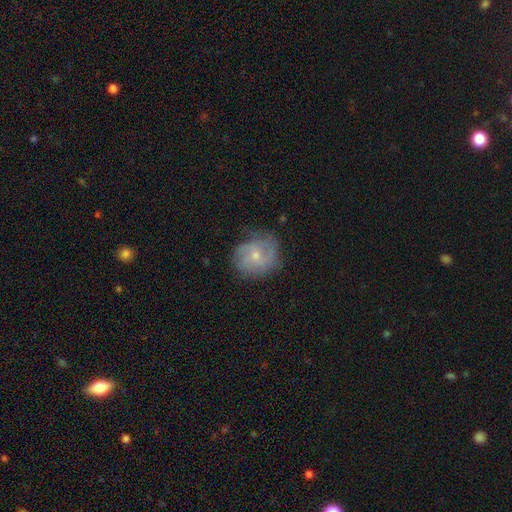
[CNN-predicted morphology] The model was most divided on "spiral arm count": 2: 34%, can't tell: 29%, 3: 22%, 4: 7%, 1: 5%, more than 4: 4%. Remaining: edge-on disk — no (98%); spiral arms — yes (88%); merging — none (69%); smooth or featured — featured or disk (66%); bulge size — small (65%); bar — no (63%); spiral winding — medium (45%).